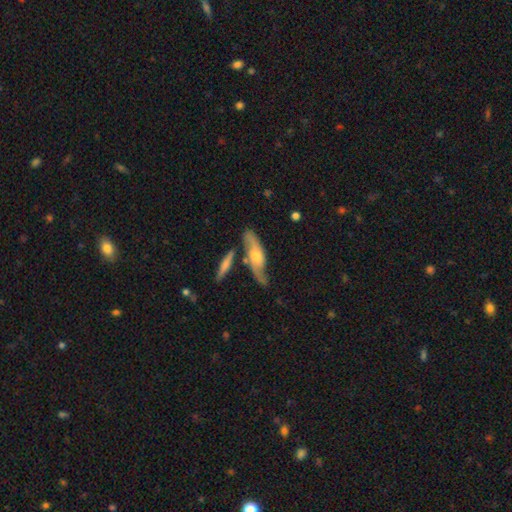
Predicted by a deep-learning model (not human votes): smooth-or-featured: featured or disk: 70% | smooth: 24% | star or artifact: 6%
  disk-edge-on: no: 65% | yes: 35%
  merging: none: 57% | minor disturbance: 21% | merger: 14% | major disturbance: 8%